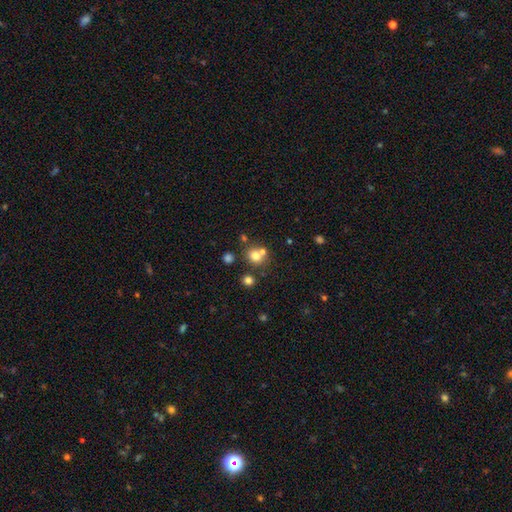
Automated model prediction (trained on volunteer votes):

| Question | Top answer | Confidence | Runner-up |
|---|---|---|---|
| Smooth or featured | smooth | 73% | star or artifact (16%) |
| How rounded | round | 81% | in between (18%) |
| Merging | none | 60% | merger (28%) |